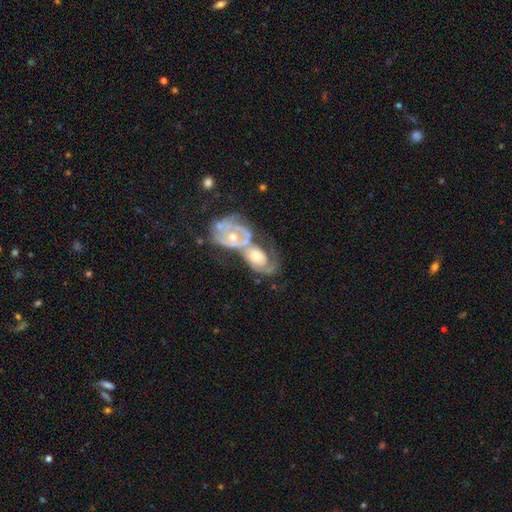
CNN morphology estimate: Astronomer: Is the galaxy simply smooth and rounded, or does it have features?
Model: featured or disk — 76%.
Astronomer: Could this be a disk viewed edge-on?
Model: no — 96%.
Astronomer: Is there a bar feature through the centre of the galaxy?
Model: no — 73%.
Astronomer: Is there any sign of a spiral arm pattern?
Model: yes — 80%.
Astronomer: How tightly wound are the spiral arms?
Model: tight — 46% (runner-up: medium, 37%).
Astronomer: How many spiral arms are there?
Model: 2 — 51% (runner-up: can't tell, 28%).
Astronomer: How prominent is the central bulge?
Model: moderate — 62%.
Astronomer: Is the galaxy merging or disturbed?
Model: merger — 78%.